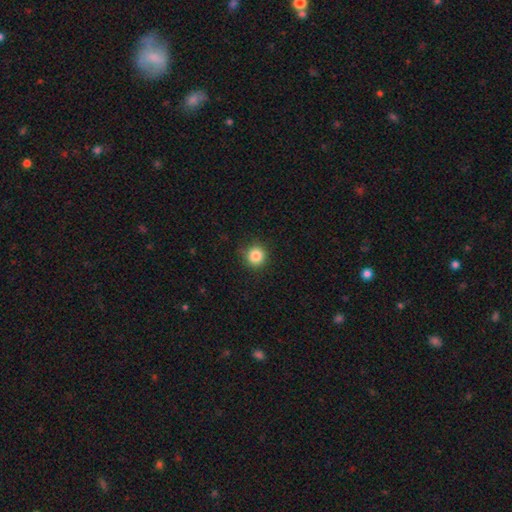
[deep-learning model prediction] The model was most divided on "smooth or featured": smooth: 85%, star or artifact: 11%, featured or disk: 4%. More confident: how rounded — round (93%); merging — none (88%).